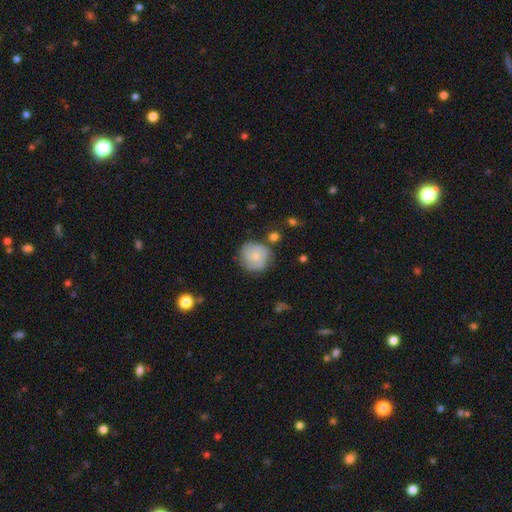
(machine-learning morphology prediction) smooth 56%, featured or disk 36%, star or artifact 8%. Down the decision tree: how rounded — round (90%); merging — none (68%).